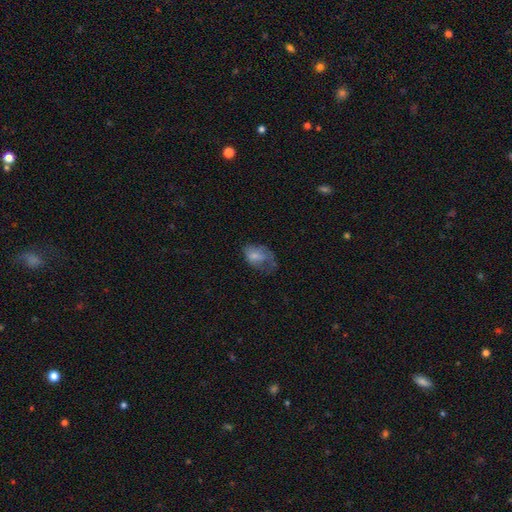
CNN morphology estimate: Overall: smooth (63%; featured or disk 28%). How rounded: in between (85%). Merging: major disturbance (39%; minor disturbance 30%).